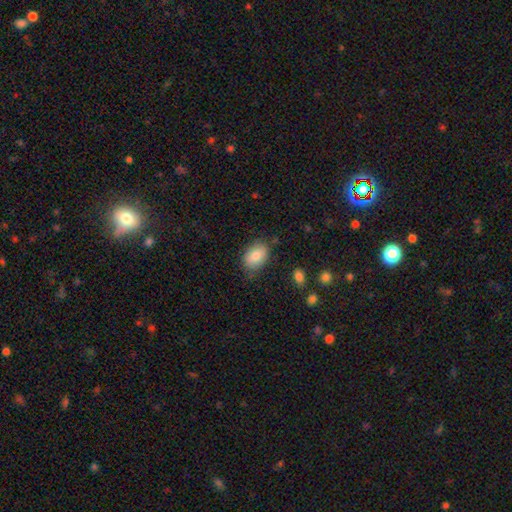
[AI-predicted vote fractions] The model was most divided on "merging": none: 77%, minor disturbance: 18%, major disturbance: 4%, merger: 2%. More confident: how rounded — in between (84%); smooth or featured — smooth (83%).